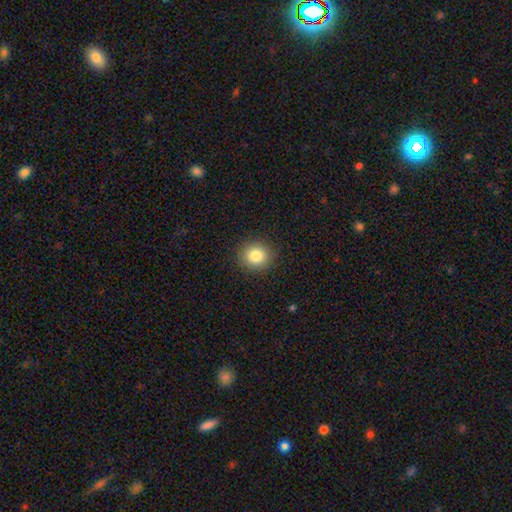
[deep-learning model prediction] A smooth galaxy with no disk features (83%) that is round (85%).

Vote fractions:
- Smooth or featured? smooth: 83% / star or artifact: 10% / featured or disk: 7%
- How rounded? round: 85% / in between: 14% / cigar-shaped: 1%
- Merging? none: 90% / minor disturbance: 6% / major disturbance: 2% / merger: 1%